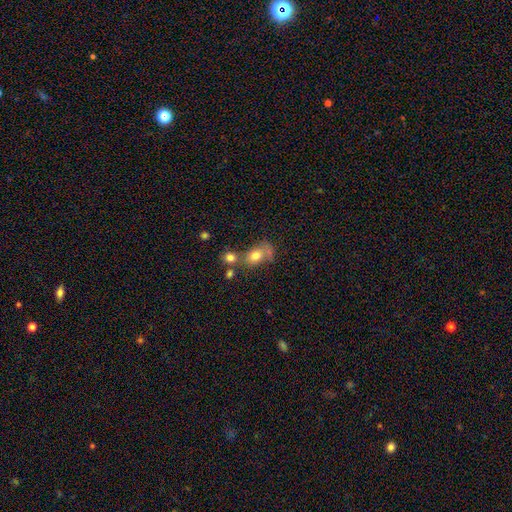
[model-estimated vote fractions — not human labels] Overall: smooth (74%). How rounded: in between (62%; round 36%). Merging: merger (38%; none 33%).